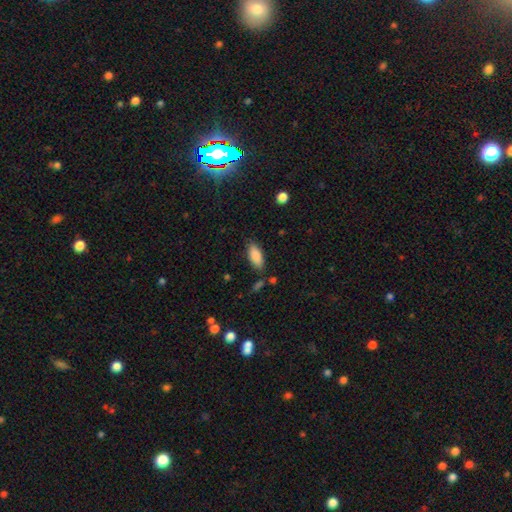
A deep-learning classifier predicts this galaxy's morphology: Smooth or featured: smooth — 87% (star or artifact — 7%)
How rounded: in between — 84% (cigar-shaped — 14%)
Merging: none — 79% (minor disturbance — 14%)